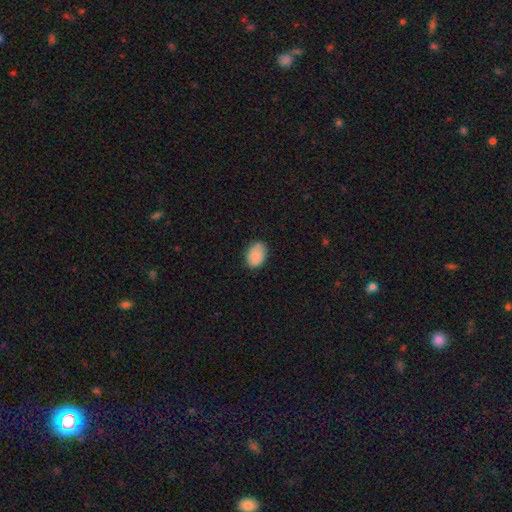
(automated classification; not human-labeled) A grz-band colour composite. It shows a smooth galaxy with no disk features (86%) that is in between round and cigar-shaped (83%). Merging: none (80%).